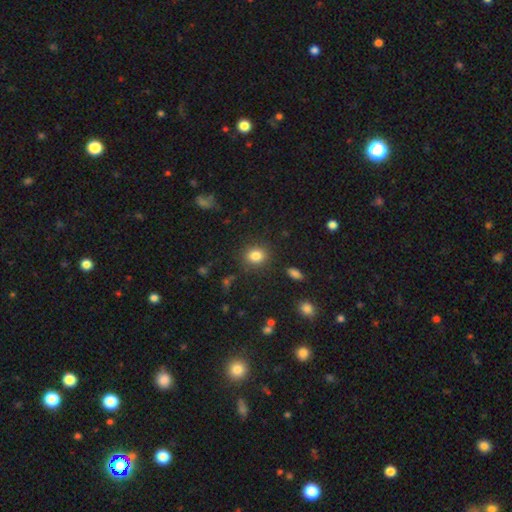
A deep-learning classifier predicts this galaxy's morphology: Smooth or featured: smooth — 84% (star or artifact — 11%)
How rounded: round — 68% (in between — 31%)
Merging: none — 87% (minor disturbance — 8%)